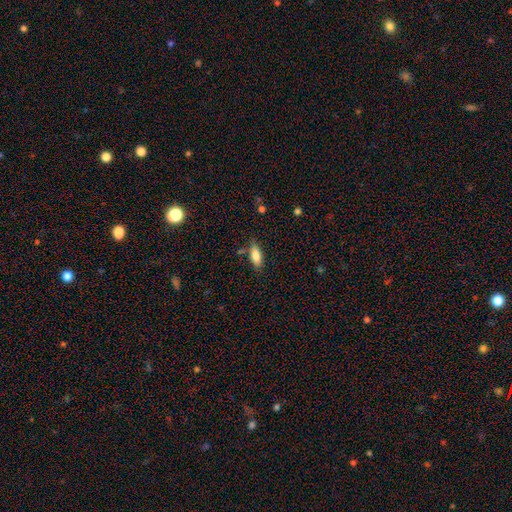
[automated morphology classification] Smooth or featured? smooth (81%)
How rounded? in between (73%)
Merging? none (74%)